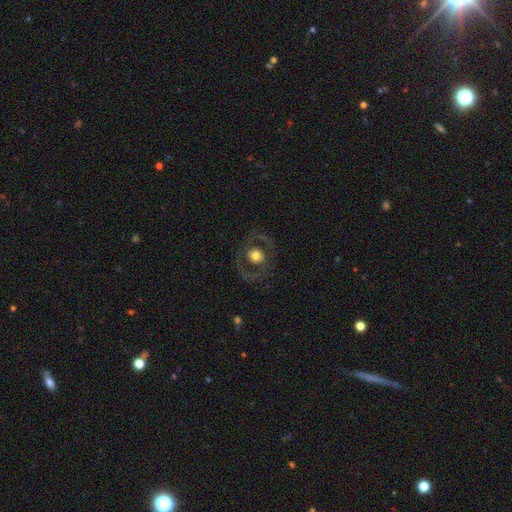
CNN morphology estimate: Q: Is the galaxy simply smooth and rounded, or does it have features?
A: featured or disk — 52%.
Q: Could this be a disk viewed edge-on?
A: no — 95%.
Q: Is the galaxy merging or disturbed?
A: none — 80%.